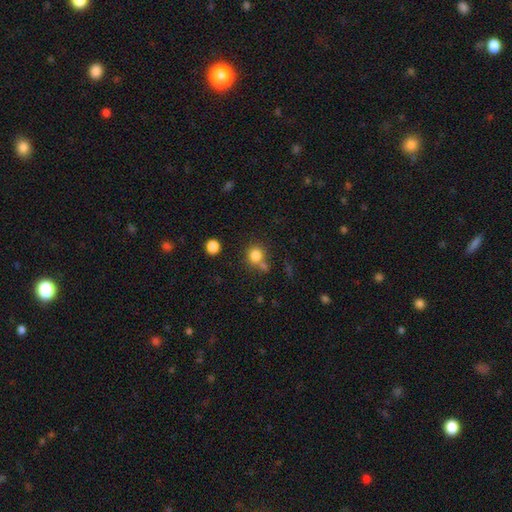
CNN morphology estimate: This appears to be a smooth galaxy with no disk features (81%) that is round (86%). Merging: none (61%).